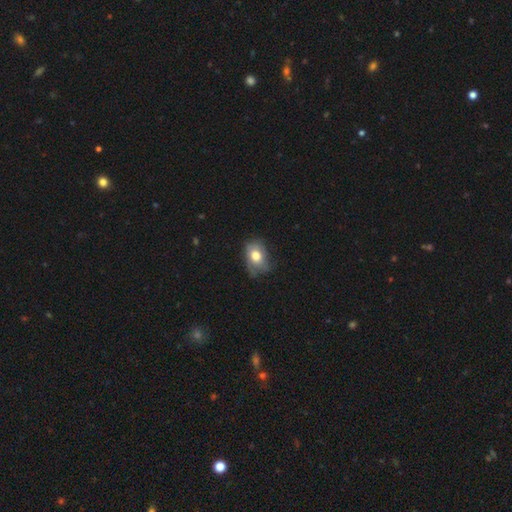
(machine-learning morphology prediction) type=smooth (67%); roundness=in between (72%); merging=none (48%).